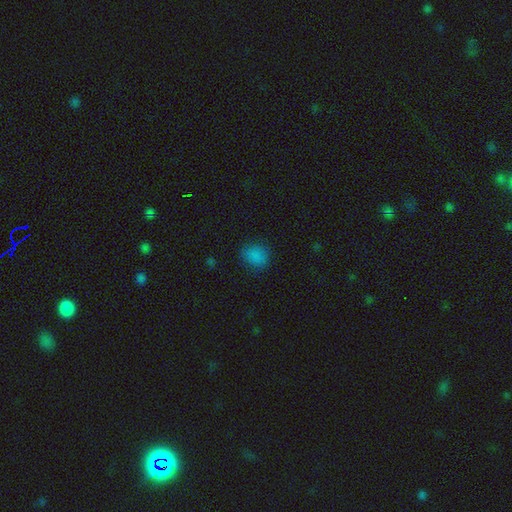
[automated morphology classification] This appears to be a smooth galaxy with no disk features (81%) that is round (74%). Merging: none (82%).